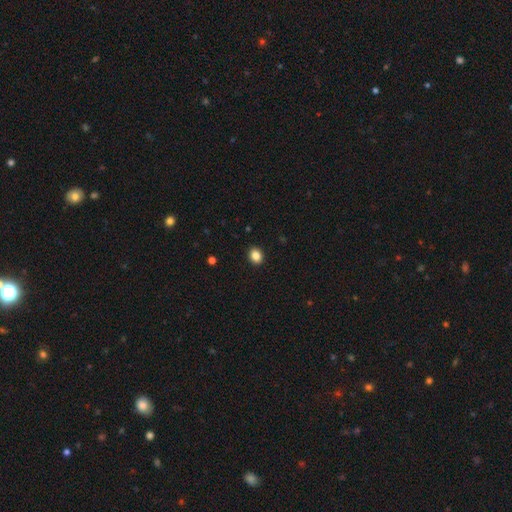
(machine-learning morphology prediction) This is clearly a smooth galaxy (86%). How rounded: possibly round (54%). Merging: clearly none (92%).